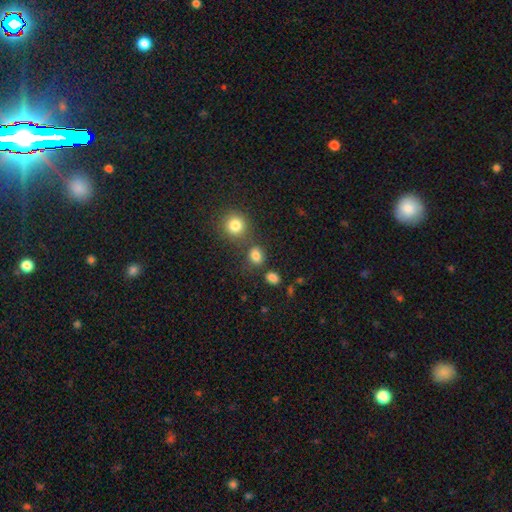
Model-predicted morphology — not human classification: A smooth galaxy with no disk features (82%) that is in between round and cigar-shaped (54%).

Vote fractions:
- Smooth or featured? smooth: 82% / star or artifact: 13% / featured or disk: 6%
- How rounded? in between: 54% / round: 45% / cigar-shaped: 1%
- Merging? none: 68% / merger: 14% / minor disturbance: 13% / major disturbance: 5%